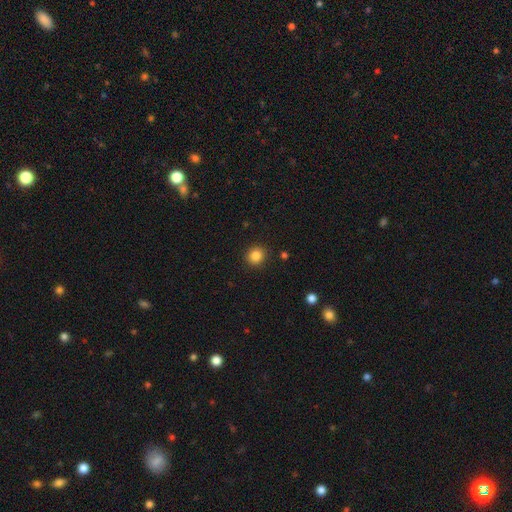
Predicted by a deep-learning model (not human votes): Smooth or featured: smooth — 85% (star or artifact — 11%)
How rounded: round — 89% (in between — 10%)
Merging: none — 91% (minor disturbance — 6%)